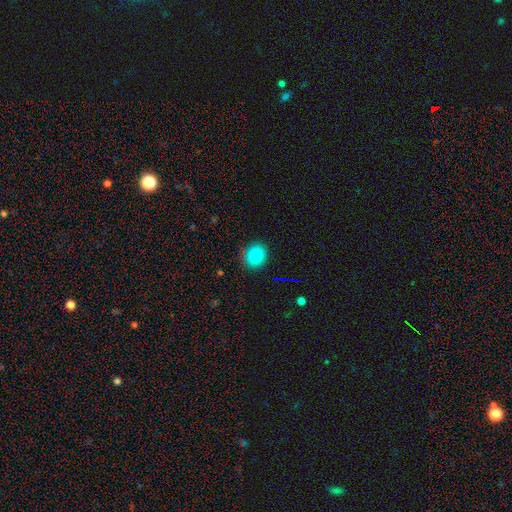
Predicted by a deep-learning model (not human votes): Smooth or featured? Predicted: smooth (p=0.80). How rounded? Predicted: round (p=0.77). Merging? Predicted: none (p=0.83).